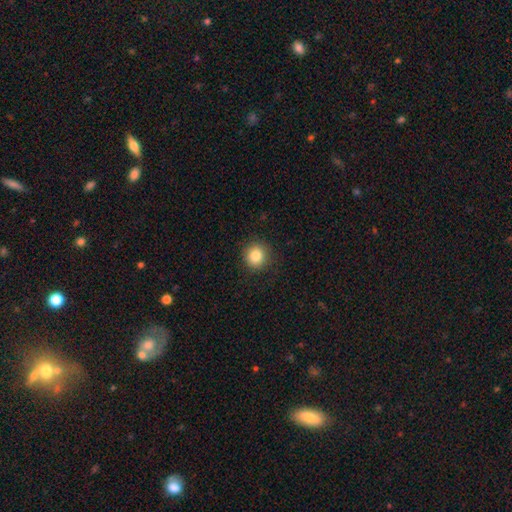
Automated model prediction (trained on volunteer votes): smooth_or_featured: smooth (p=0.83) [alt: star or artifact p=0.11]
how_rounded: round (p=0.91) [alt: in between p=0.08]
merging: none (p=0.90) [alt: minor disturbance p=0.07]